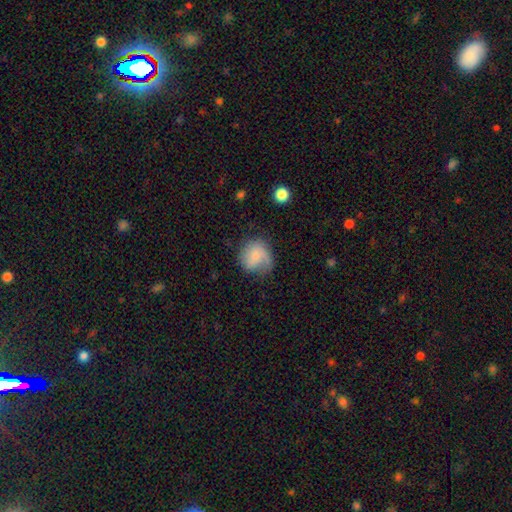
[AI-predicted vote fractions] A smooth galaxy with no disk features (52%) that is round (78%). Merging: none (53%).